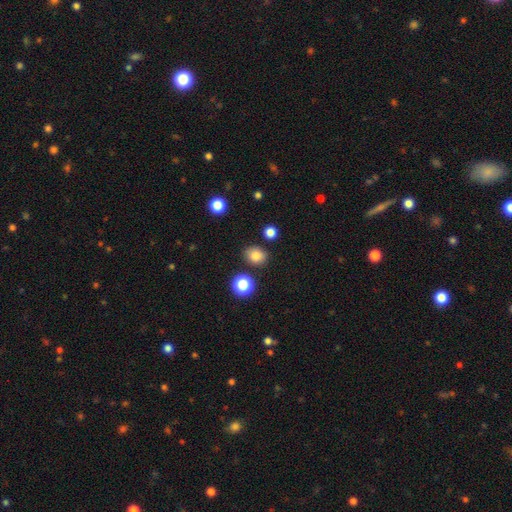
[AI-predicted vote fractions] A smooth galaxy with no disk features (82%) that is round (57%). Merging: none (84%).